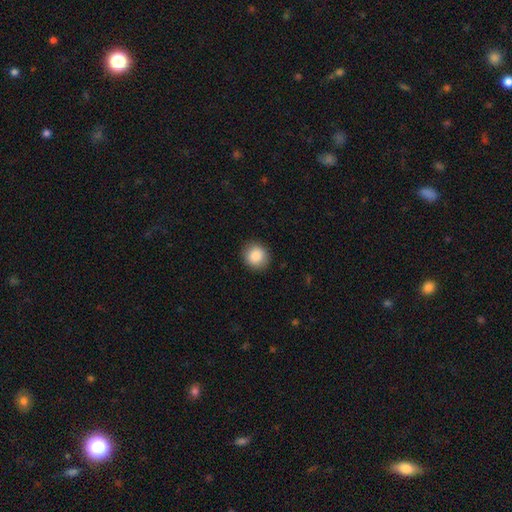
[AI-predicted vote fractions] smooth_or_featured: smooth (p=0.88) [alt: star or artifact p=0.08]
how_rounded: round (p=0.89) [alt: in between p=0.10]
merging: none (p=0.90) [alt: minor disturbance p=0.07]